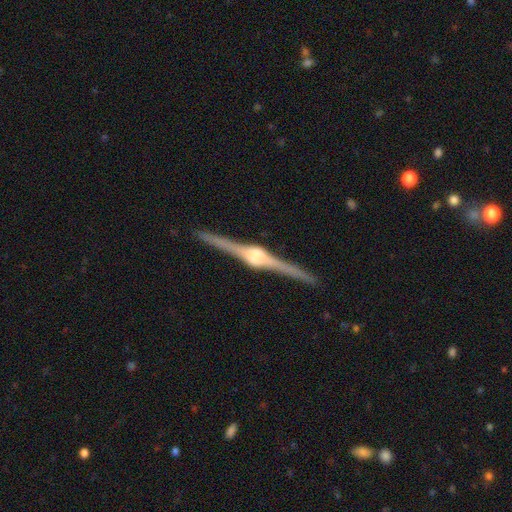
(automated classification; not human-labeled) This is clearly a featured or disk galaxy (90%). It is clearly viewed edge-on (99%). Edge-on bulge: clearly rounded (86%). Merging: clearly none (91%).